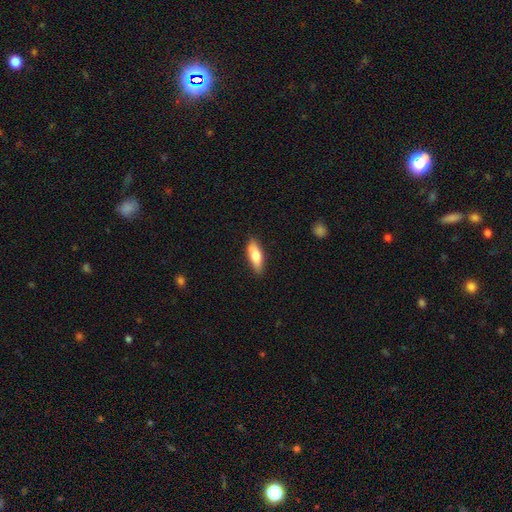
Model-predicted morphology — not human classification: The model was most divided on "how rounded": in between: 61%, cigar-shaped: 37%, round: 2%. More confident: merging — none (84%); smooth or featured — smooth (75%).